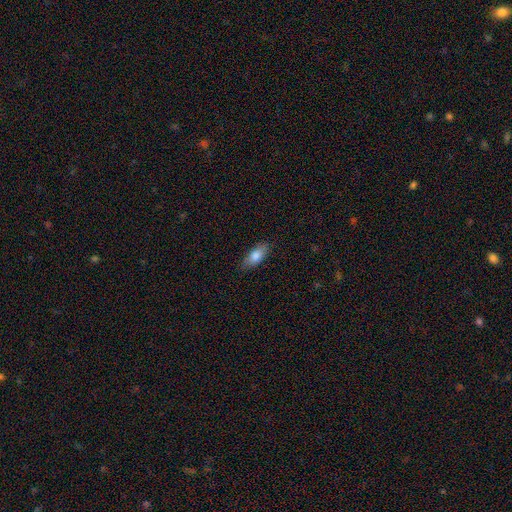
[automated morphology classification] Overall: smooth (80%). How rounded: in between (80%). Merging: none (84%).